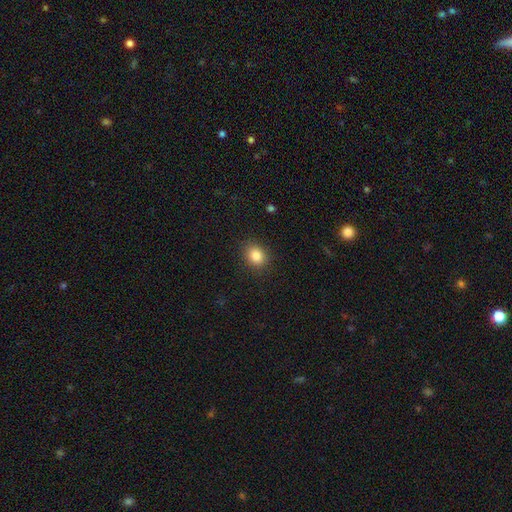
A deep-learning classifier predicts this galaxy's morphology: Smooth or featured? Predicted: smooth (p=0.84). How rounded? Predicted: round (p=0.61). Merging? Predicted: none (p=0.88).